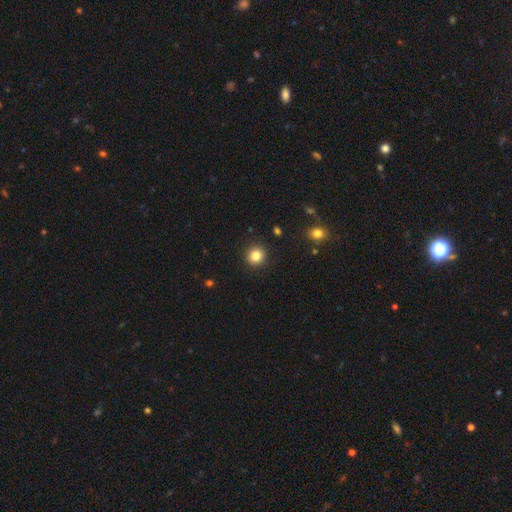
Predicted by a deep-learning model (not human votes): Morphology: type=smooth (83%); roundness=round (93%); merging=none (92%).